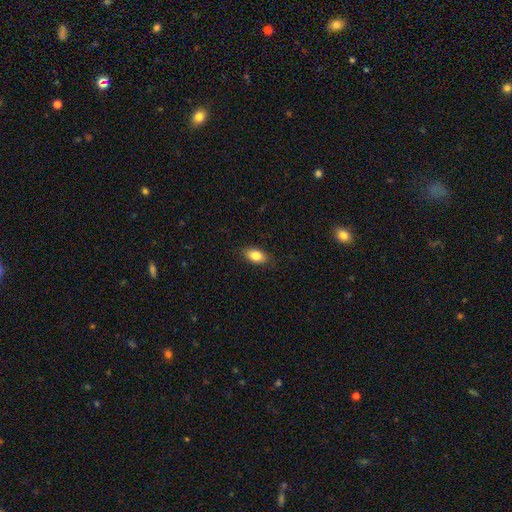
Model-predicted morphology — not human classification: A smooth galaxy with no disk features (83%) that is in between round and cigar-shaped (90%).

Vote fractions:
- Smooth or featured? smooth: 83% / featured or disk: 10% / star or artifact: 8%
- How rounded? in between: 90% / round: 7% / cigar-shaped: 3%
- Merging? none: 87% / minor disturbance: 10% / major disturbance: 2% / merger: 1%